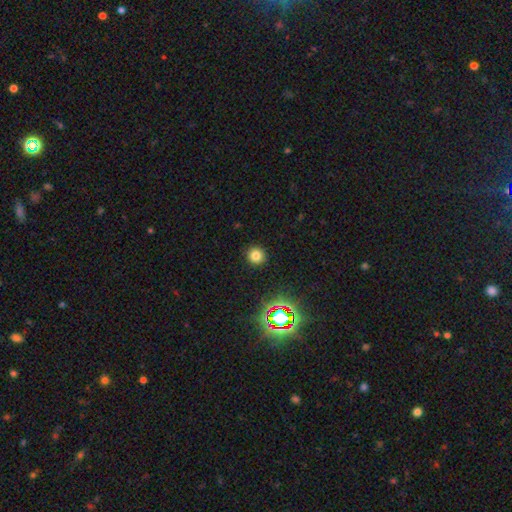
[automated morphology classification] Q: Smooth or featured?
A: smooth (76%); runner-up: star or artifact (18%)
Q: How rounded?
A: round (93%); runner-up: in between (6%)
Q: Merging?
A: none (92%); runner-up: minor disturbance (5%)